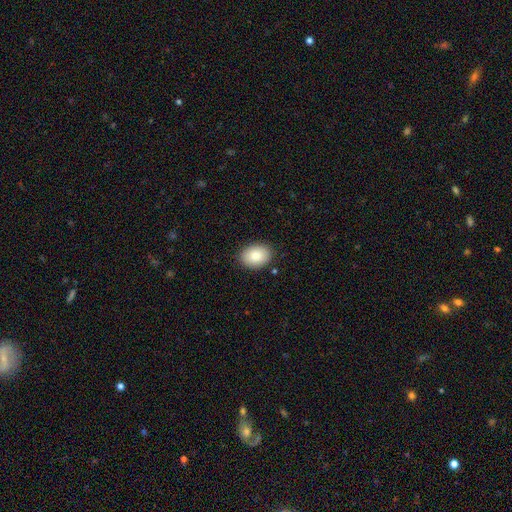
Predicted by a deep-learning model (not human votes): A smooth galaxy with no disk features (85%) that is in between round and cigar-shaped (75%). Merging: none (88%).